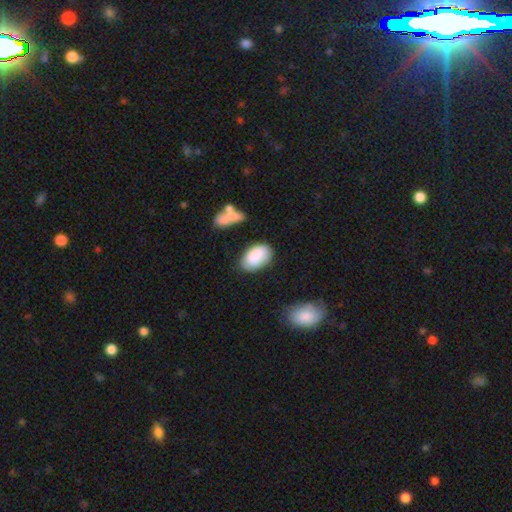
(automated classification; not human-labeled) Smooth or featured? Predicted: smooth (p=0.85). How rounded? Predicted: in between (p=0.93). Merging? Predicted: none (p=0.69).